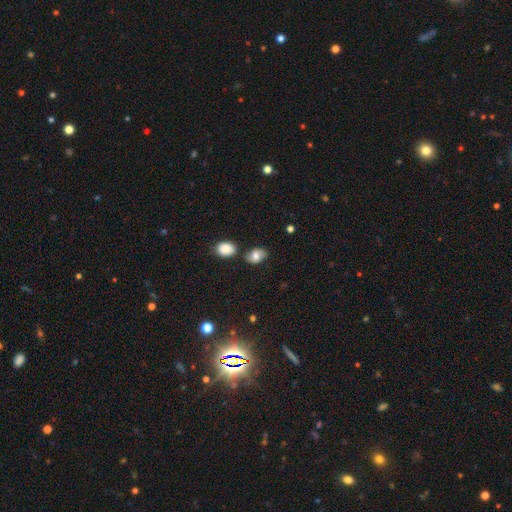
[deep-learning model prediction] Q: Smooth or featured?
A: smooth (74%); runner-up: featured or disk (17%)
Q: How rounded?
A: in between (81%); runner-up: round (18%)
Q: Merging?
A: none (70%); runner-up: minor disturbance (15%)